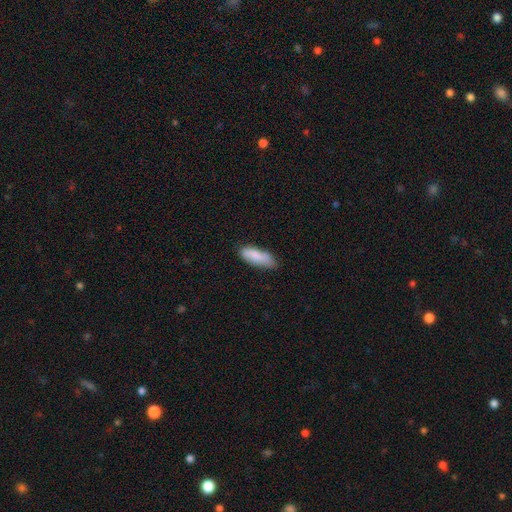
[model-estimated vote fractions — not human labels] Morphology: type=smooth (80%); roundness=in between (65%); merging=none (63%).